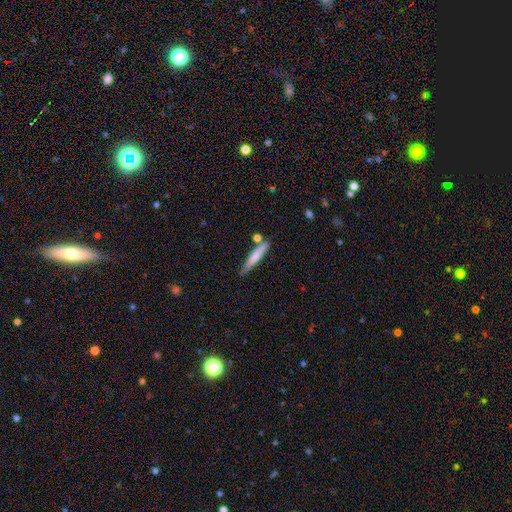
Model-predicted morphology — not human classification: A smooth galaxy with no disk features (67%) that is cigar-shaped (92%).

Vote fractions:
- Smooth or featured? smooth: 67% / featured or disk: 27% / star or artifact: 6%
- How rounded? cigar-shaped: 92% / in between: 7% / round: 1%
- Merging? none: 74% / minor disturbance: 15% / merger: 9% / major disturbance: 3%